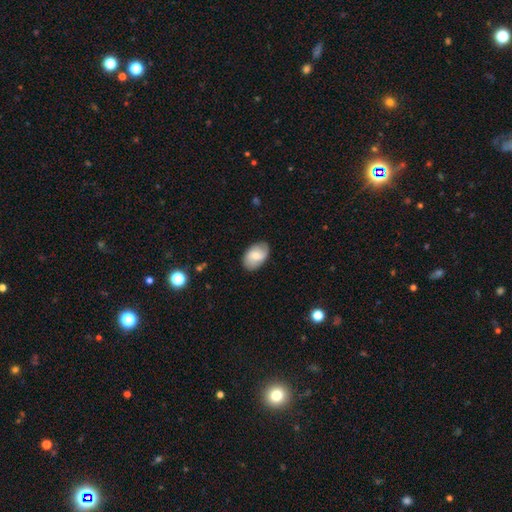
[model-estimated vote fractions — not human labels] Morphology: type=smooth (62%); roundness=in between (89%); merging=none (82%).